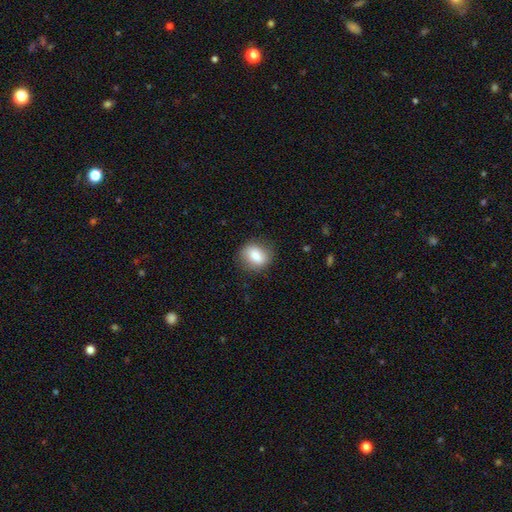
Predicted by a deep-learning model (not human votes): Smooth or featured? smooth (79%)
How rounded? round (59%)
Merging? none (81%)